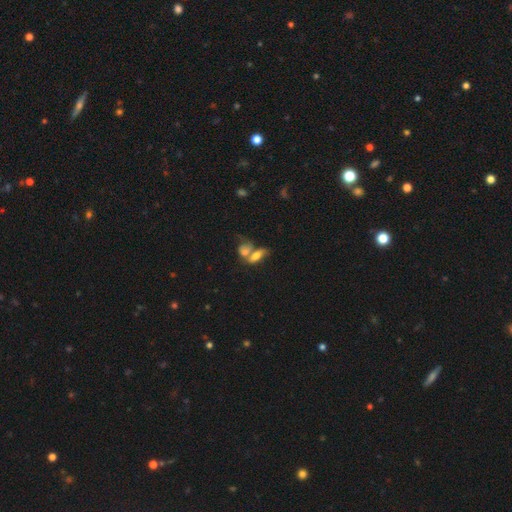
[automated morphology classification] smooth 65%, featured or disk 24%, star or artifact 11%. Down the decision tree: how rounded — in between (76%); merging — merger (57%).